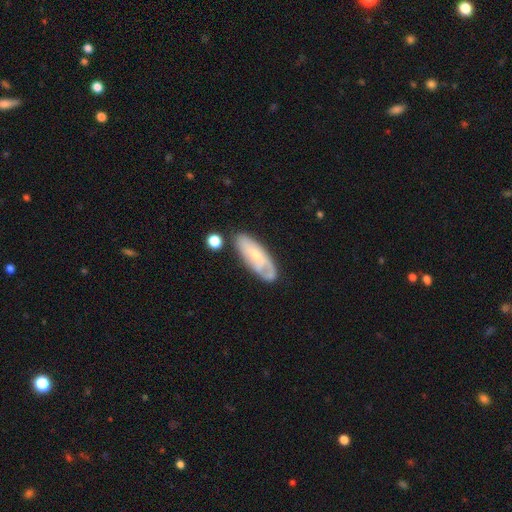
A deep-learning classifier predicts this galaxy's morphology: Smooth or featured: featured or disk — 50% (smooth — 43%)
Merging: none — 64% (minor disturbance — 22%)